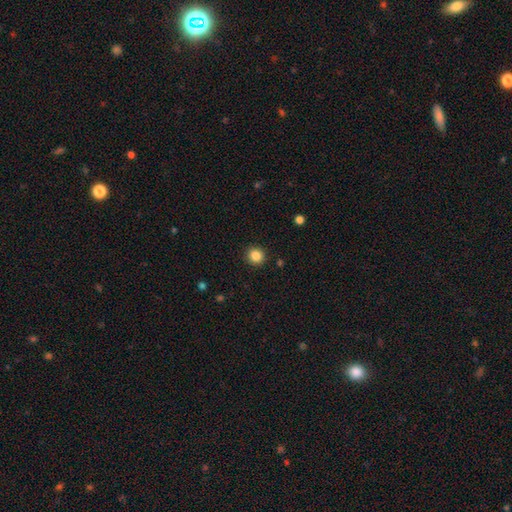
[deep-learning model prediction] A smooth galaxy with no disk features (85%) that is round (90%).

Vote fractions:
- Smooth or featured? smooth: 85% / star or artifact: 11% / featured or disk: 4%
- How rounded? round: 90% / in between: 9% / cigar-shaped: 1%
- Merging? none: 92% / minor disturbance: 5% / major disturbance: 2% / merger: 1%